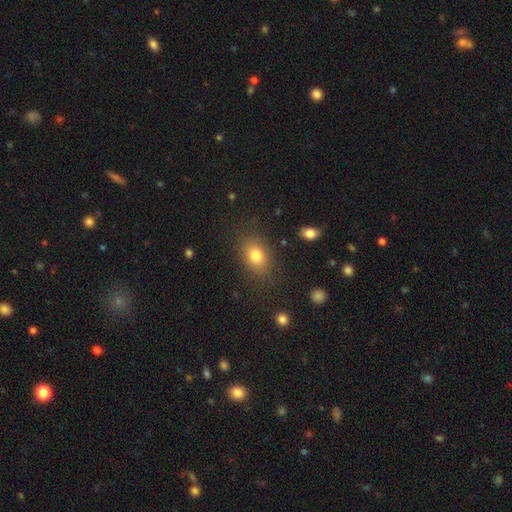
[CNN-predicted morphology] This is likely a smooth galaxy (80%). How rounded: likely in between (67%). Merging: clearly none (82%).